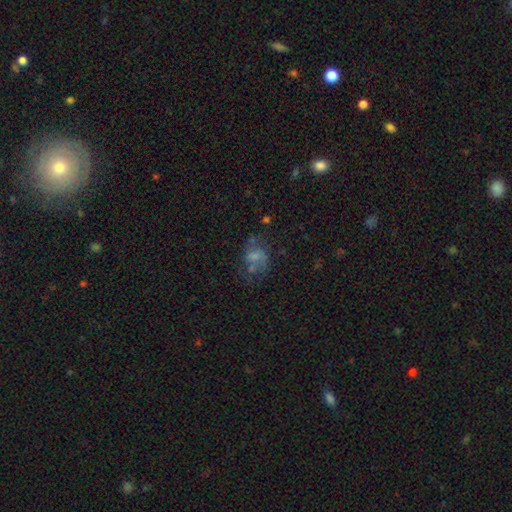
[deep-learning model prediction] Q: Smooth or featured?
A: smooth (45%); runner-up: featured or disk (42%)
Q: Merging?
A: none (36%); runner-up: major disturbance (29%)